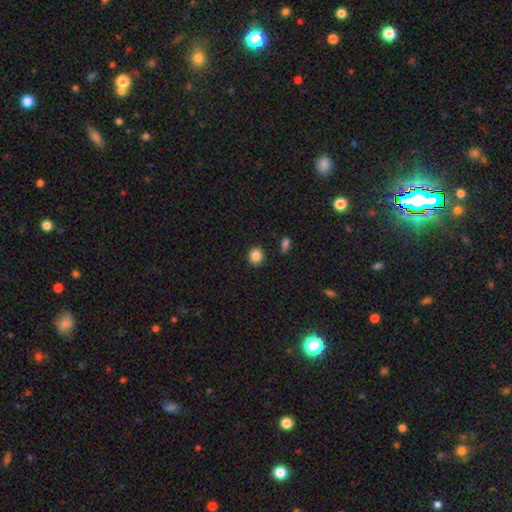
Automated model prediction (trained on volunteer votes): Smooth or featured?
  - smooth: 86% *
  - star or artifact: 10%
  - featured or disk: 4%
How rounded?
  - round: 90% *
  - in between: 9%
  - cigar-shaped: 1%
Merging?
  - none: 89% *
  - minor disturbance: 6%
  - merger: 2%
  - major disturbance: 2%